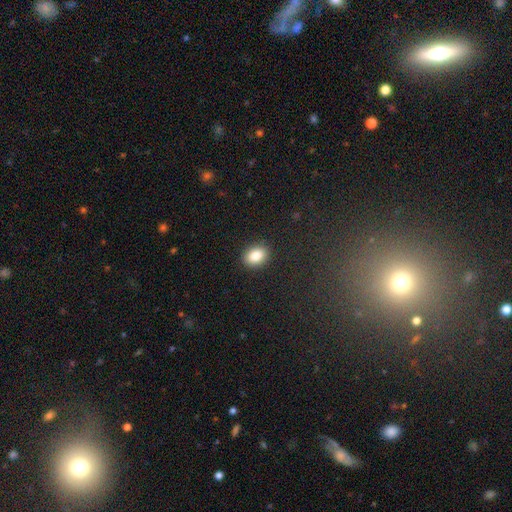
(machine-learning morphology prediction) A smooth galaxy with no disk features (85%) that is in between round and cigar-shaped (68%).

Vote fractions:
- Smooth or featured? smooth: 85% / star or artifact: 9% / featured or disk: 7%
- How rounded? in between: 68% / round: 31% / cigar-shaped: 1%
- Merging? none: 89% / minor disturbance: 7% / major disturbance: 2% / merger: 1%